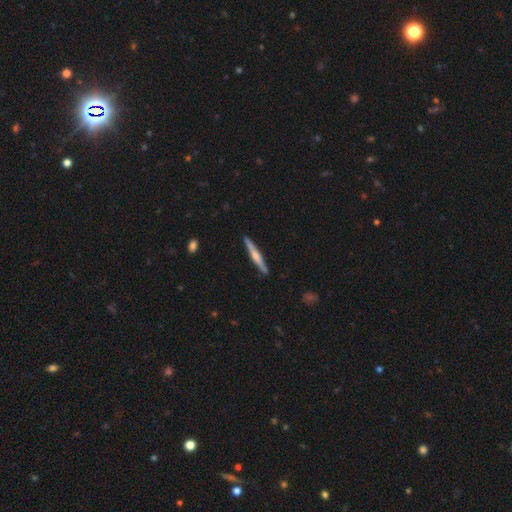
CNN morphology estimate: Overall: featured or disk (61%; smooth 34%). Edge-on disk: yes (97%). Edge-on bulge: rounded (73%). Merging: none (89%).